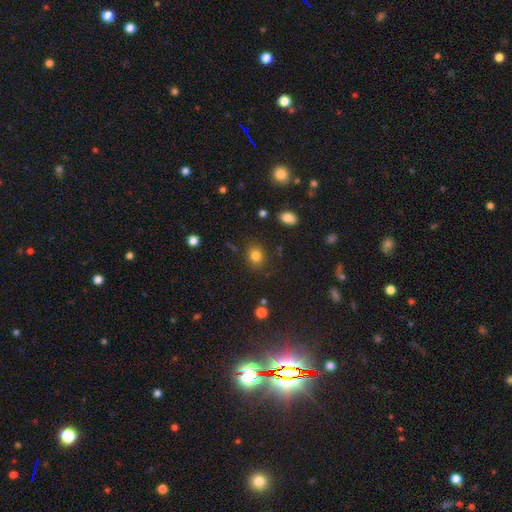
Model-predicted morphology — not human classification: Overall: smooth (81%). How rounded: round (59%; in between 40%). Merging: none (82%).